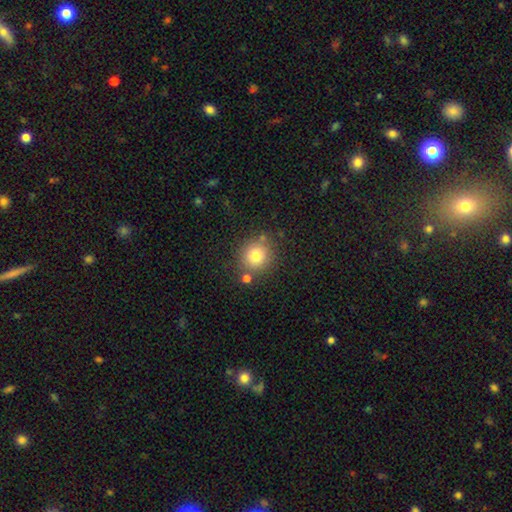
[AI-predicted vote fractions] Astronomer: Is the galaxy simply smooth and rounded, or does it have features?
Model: smooth — 78%.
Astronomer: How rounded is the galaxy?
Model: round — 90%.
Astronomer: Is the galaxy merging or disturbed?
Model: none — 77%.